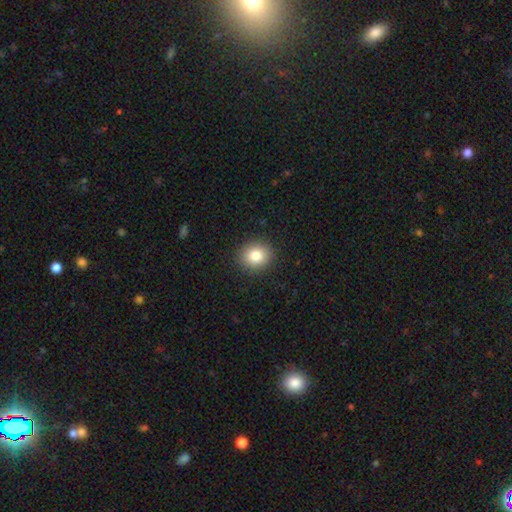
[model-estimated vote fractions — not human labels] Smooth or featured? Predicted: smooth (p=0.82). How rounded? Predicted: round (p=0.81). Merging? Predicted: none (p=0.91).